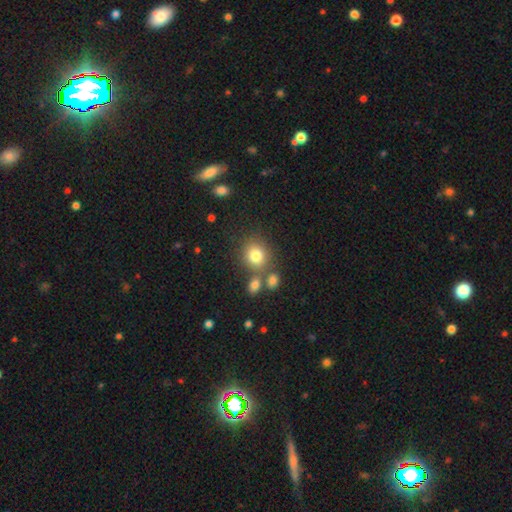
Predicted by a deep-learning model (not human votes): Smooth or featured? Predicted: smooth (p=0.80). How rounded? Predicted: round (p=0.77). Merging? Predicted: none (p=0.66).